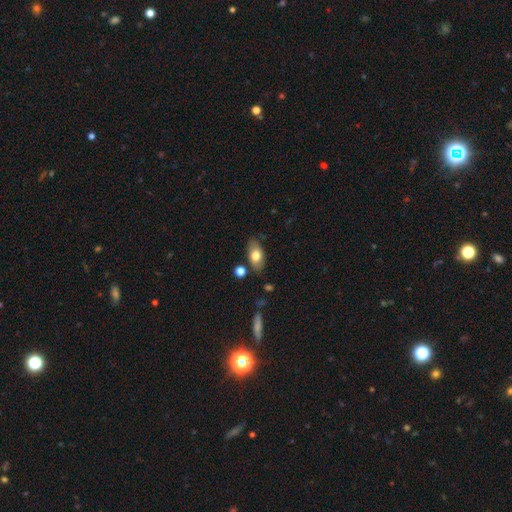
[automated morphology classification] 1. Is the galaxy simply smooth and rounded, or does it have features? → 75% smooth, 18% featured or disk, 7% star or artifact.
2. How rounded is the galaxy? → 90% in between, 6% round, 4% cigar-shaped.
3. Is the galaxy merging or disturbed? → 80% none, 13% minor disturbance, 4% merger, 3% major disturbance.